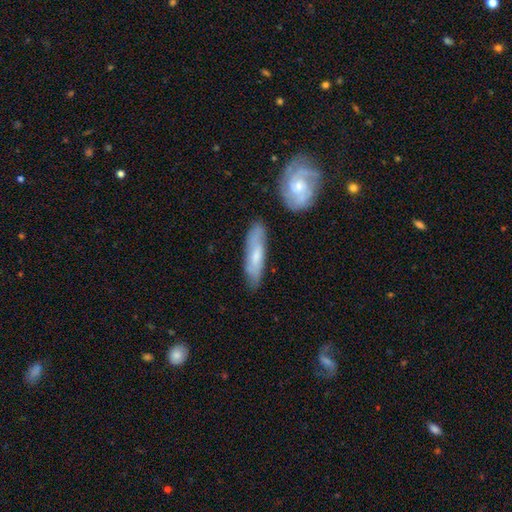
Smooth or featured? smooth (57%)
How rounded? cigar-shaped (57%)
Merging? none (69%)